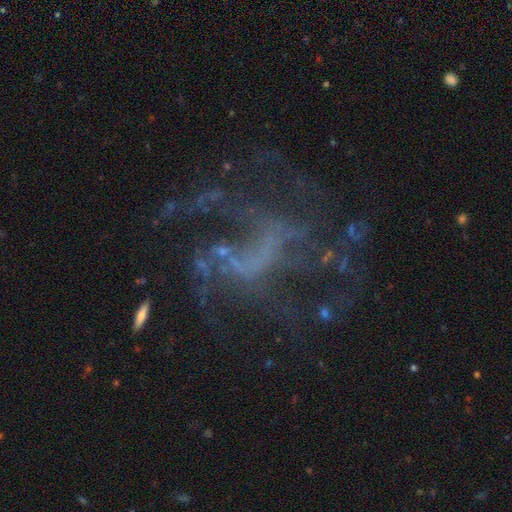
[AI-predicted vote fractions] Smooth or featured? featured or disk (71%)
Edge-on disk? no (97%)
Bar? no (56%)
Spiral arms? yes (67%)
Bulge size? none (74%)
Merging? none (45%)